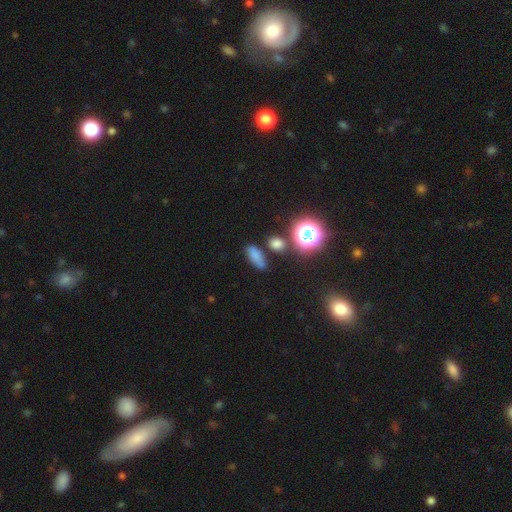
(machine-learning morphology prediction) Smooth or featured: smooth — 70% (star or artifact — 21%)
How rounded: in between — 75% (cigar-shaped — 14%)
Merging: none — 70% (minor disturbance — 16%)